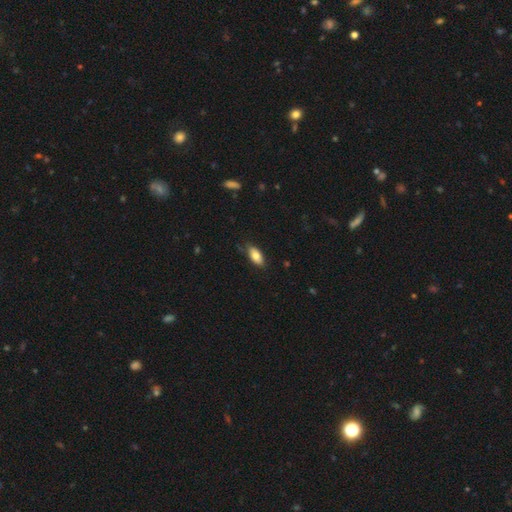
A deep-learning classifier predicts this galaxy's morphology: Smooth or featured: smooth — 82% (featured or disk — 12%)
How rounded: in between — 89% (cigar-shaped — 8%)
Merging: none — 79% (minor disturbance — 17%)